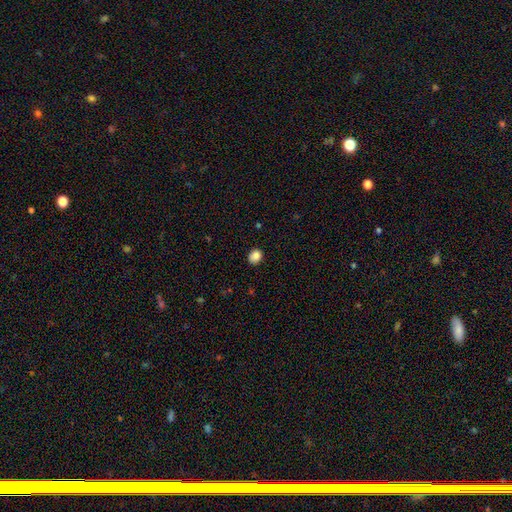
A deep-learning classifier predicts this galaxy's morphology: This appears to be a smooth galaxy with no disk features (85%) that is round (67%). Merging: none (84%).